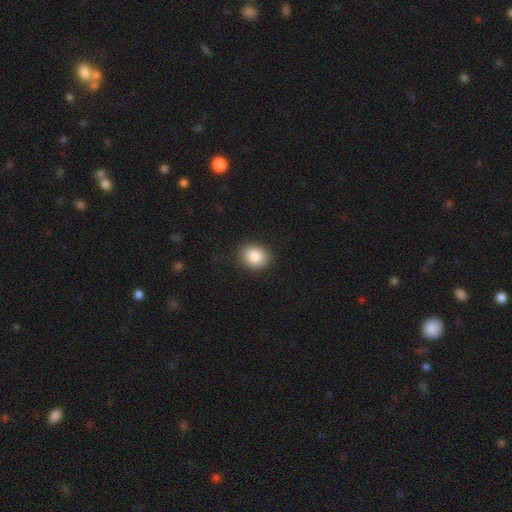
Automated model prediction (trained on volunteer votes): smooth-or-featured: smooth: 87% | star or artifact: 8% | featured or disk: 5%
  how-rounded: round: 62% | in between: 37% | cigar-shaped: 1%
  merging: none: 89% | minor disturbance: 8% | major disturbance: 2% | merger: 1%